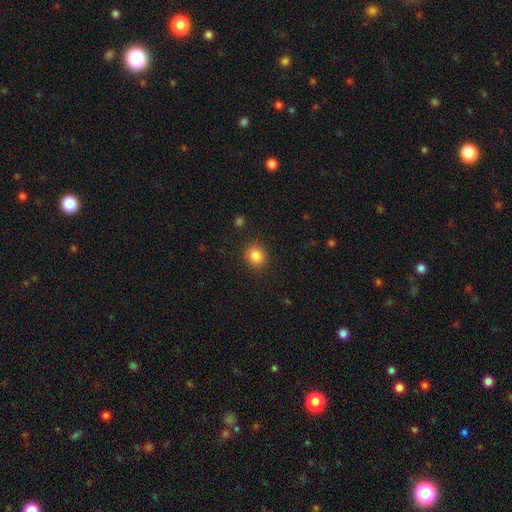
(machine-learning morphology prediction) Smooth or featured: smooth — 85% (star or artifact — 10%)
How rounded: round — 84% (in between — 15%)
Merging: none — 88% (minor disturbance — 8%)